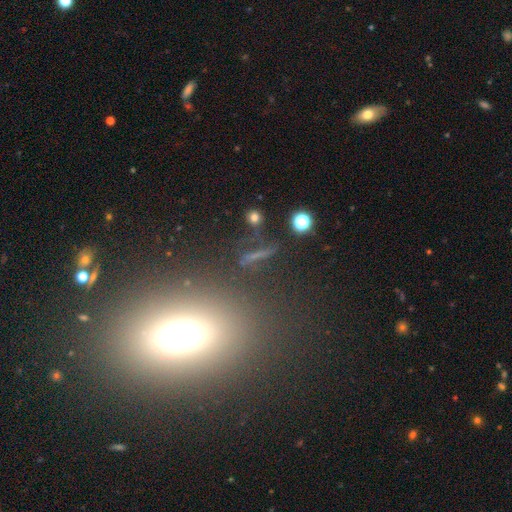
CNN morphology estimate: Smooth or featured? smooth (40%)
Merging? none (74%)